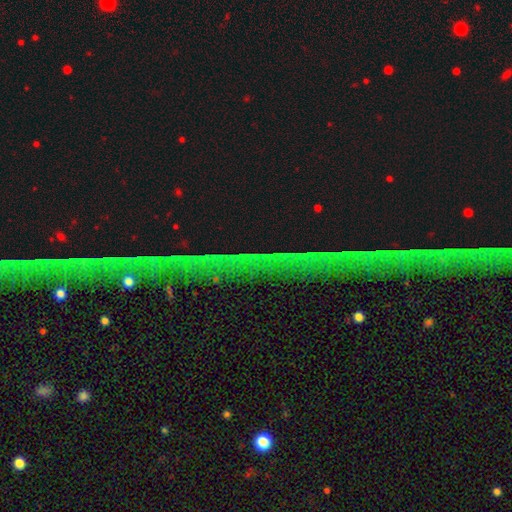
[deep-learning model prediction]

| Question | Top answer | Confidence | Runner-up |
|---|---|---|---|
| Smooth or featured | star or artifact | 77% | featured or disk (12%) |